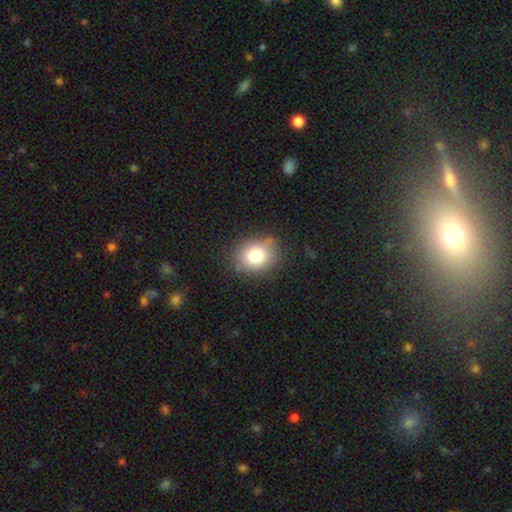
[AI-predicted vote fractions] smooth_or_featured: smooth (p=0.81) [alt: star or artifact p=0.10]
how_rounded: round (p=0.59) [alt: in between p=0.40]
merging: none (p=0.78) [alt: minor disturbance p=0.15]